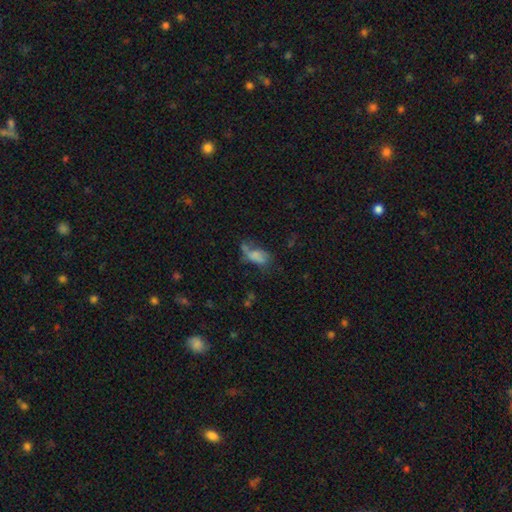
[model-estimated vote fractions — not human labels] Morphology: type=smooth (63%); roundness=in between (87%); merging=major disturbance (37%).